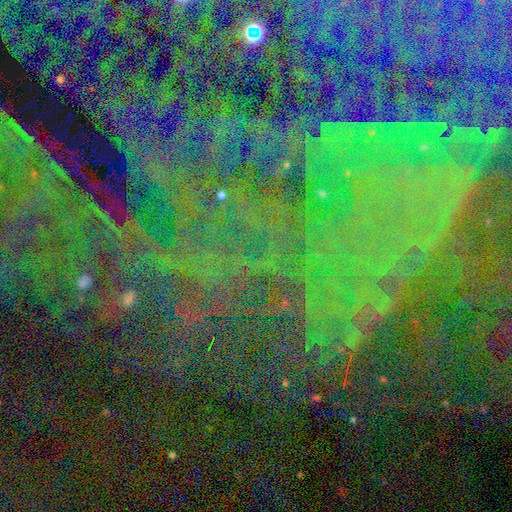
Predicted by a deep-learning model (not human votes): Smooth or featured? Predicted: star or artifact (p=0.85).